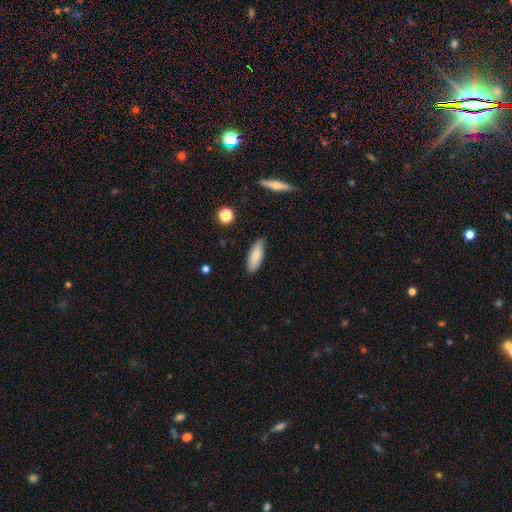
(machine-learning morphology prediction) A smooth galaxy with no disk features (85%) that is in between round and cigar-shaped (71%).

Vote fractions:
- Smooth or featured? smooth: 85% / featured or disk: 9% / star or artifact: 7%
- How rounded? in between: 71% / cigar-shaped: 27% / round: 2%
- Merging? none: 84% / minor disturbance: 12% / major disturbance: 2% / merger: 1%